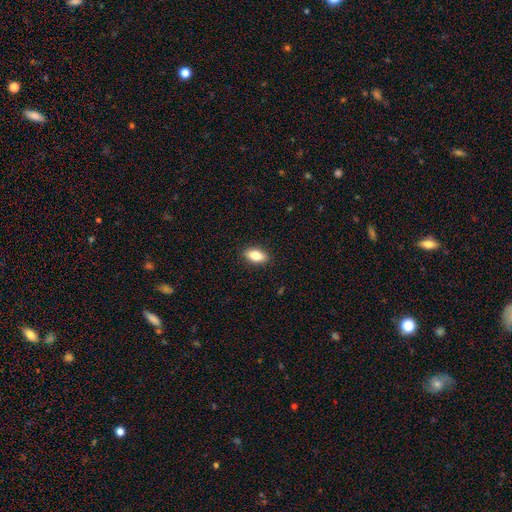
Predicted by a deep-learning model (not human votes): Smooth or featured? Predicted: smooth (p=0.81). How rounded? Predicted: in between (p=0.88). Merging? Predicted: none (p=0.89).